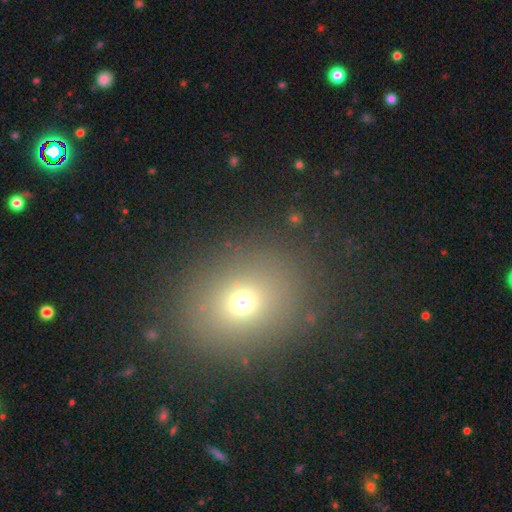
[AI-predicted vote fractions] Smooth or featured: smooth — 67% (star or artifact — 23%)
How rounded: round — 60% (in between — 39%)
Merging: none — 87% (minor disturbance — 8%)